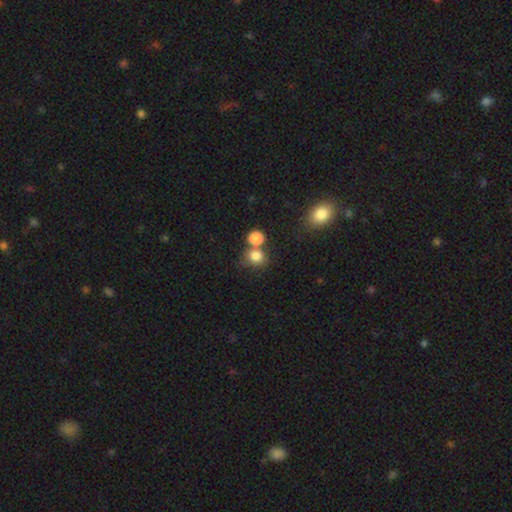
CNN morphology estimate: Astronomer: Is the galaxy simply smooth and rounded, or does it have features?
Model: smooth — 81%.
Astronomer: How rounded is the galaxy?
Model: round — 75%.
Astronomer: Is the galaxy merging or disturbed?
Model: none — 53% (runner-up: merger, 31%).